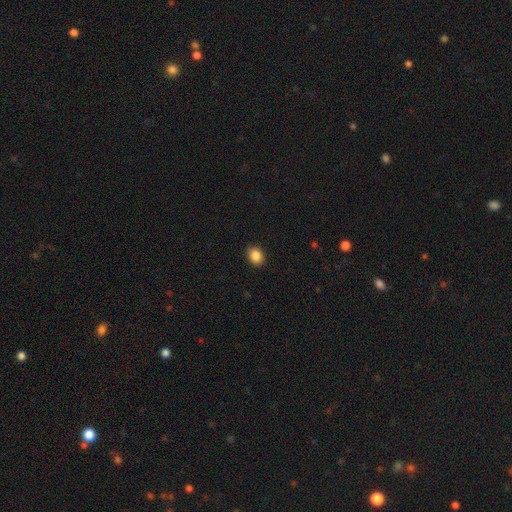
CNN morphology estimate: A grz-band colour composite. It shows a smooth galaxy with no disk features (87%) that is round (50%). Merging: none (91%).